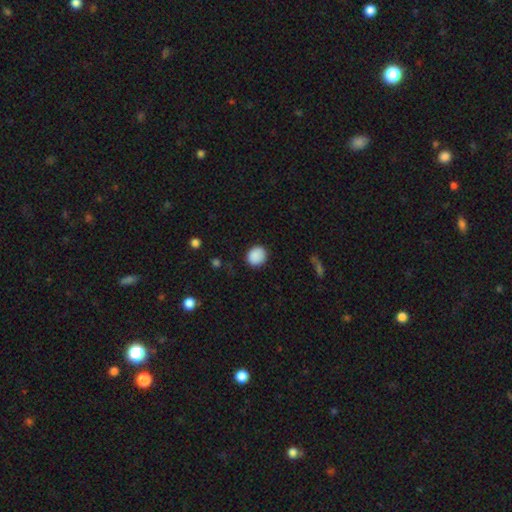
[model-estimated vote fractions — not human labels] This is clearly a smooth galaxy (89%). How rounded: clearly round (82%). Merging: clearly none (85%).